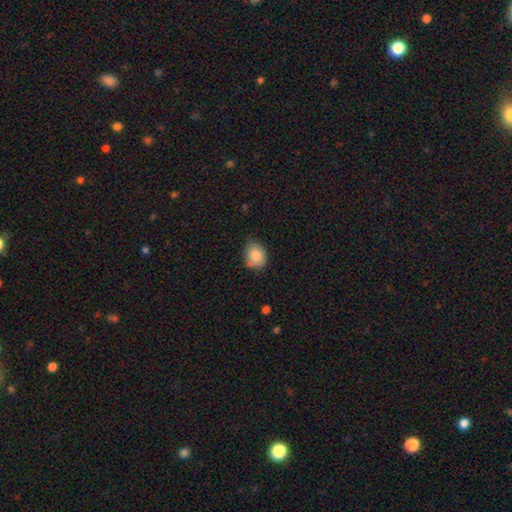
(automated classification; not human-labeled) A smooth galaxy with no disk features (84%) that is in between round and cigar-shaped (52%).

Vote fractions:
- Smooth or featured? smooth: 84% / star or artifact: 8% / featured or disk: 8%
- How rounded? in between: 52% / round: 47% / cigar-shaped: 1%
- Merging? none: 66% / minor disturbance: 27% / major disturbance: 4% / merger: 2%